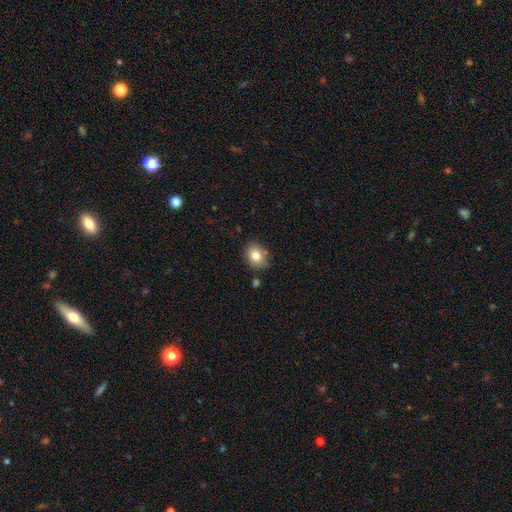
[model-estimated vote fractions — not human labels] A smooth galaxy with no disk features (80%) that is in between round and cigar-shaped (53%).

Vote fractions:
- Smooth or featured? smooth: 80% / featured or disk: 10% / star or artifact: 10%
- How rounded? in between: 53% / round: 46% / cigar-shaped: 1%
- Merging? none: 80% / minor disturbance: 13% / merger: 4% / major disturbance: 3%